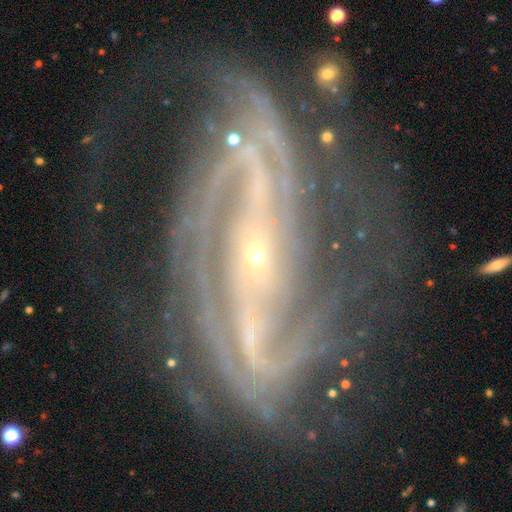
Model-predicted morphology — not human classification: This is clearly a featured or disk galaxy (89%). It is clearly not viewed edge-on (96%). Bar: possibly strong (52%). Spiral arm pattern: clearly yes (97%). Spiral arm count: marginally 2 (41%). Spiral winding: marginally medium (42%). Central bulge: clearly small (86%). Merging: possibly none (49%).